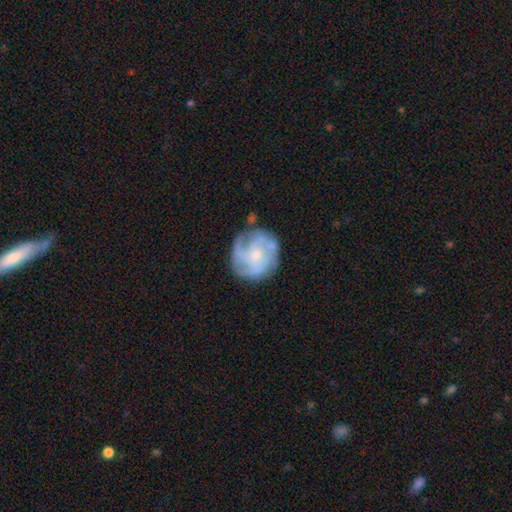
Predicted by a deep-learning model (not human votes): This is likely a featured or disk galaxy (76%). It is clearly not viewed edge-on (98%). Bar: likely no (71%). Spiral arm pattern: clearly yes (91%). Spiral arm count: marginally 3 (30%). Spiral winding: possibly tight (51%). Central bulge: possibly small (59%). Merging: likely none (74%).